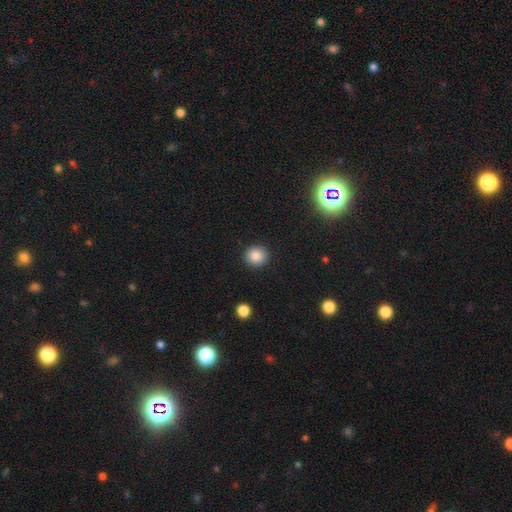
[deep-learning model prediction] Smooth or featured? smooth (85%)
How rounded? round (90%)
Merging? none (91%)